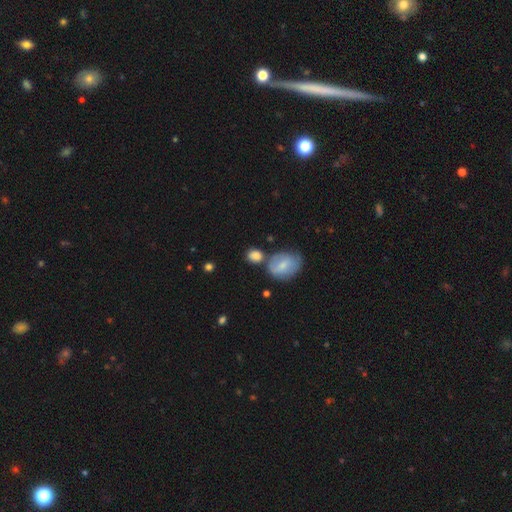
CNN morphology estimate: Smooth or featured? smooth (80%)
How rounded? round (59%)
Merging? none (56%)